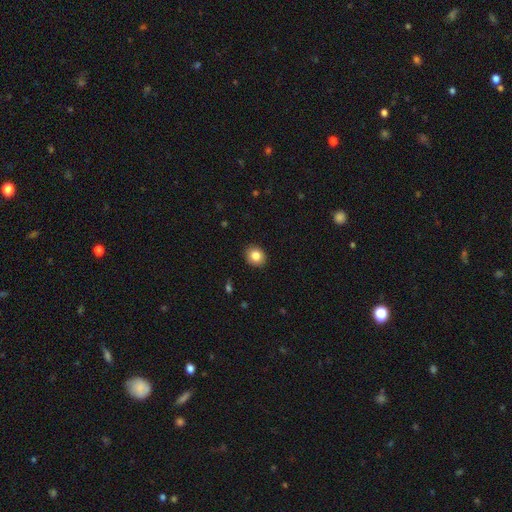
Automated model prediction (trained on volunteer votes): This is clearly a smooth galaxy (85%). How rounded: likely round (68%). Merging: clearly none (90%).